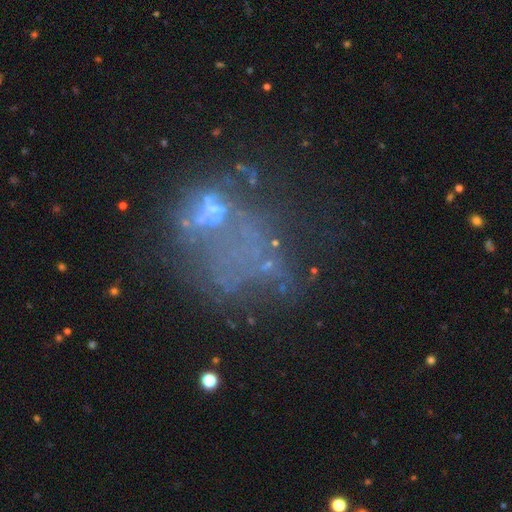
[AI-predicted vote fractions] featured or disk 44%, star or artifact 35%, smooth 21%. Down the decision tree: merging — none (39%).